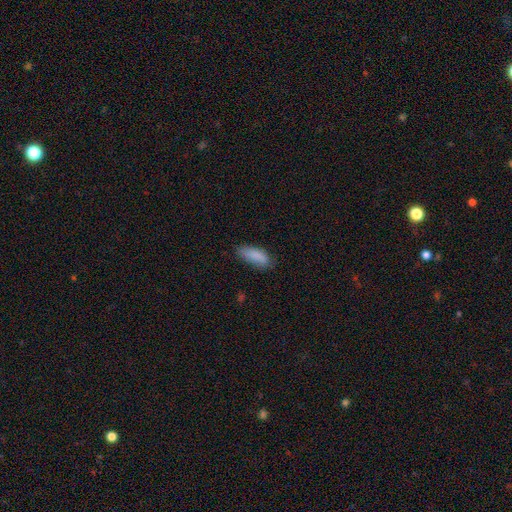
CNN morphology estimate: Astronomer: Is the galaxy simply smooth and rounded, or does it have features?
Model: smooth — 86%.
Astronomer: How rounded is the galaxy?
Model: in between — 73%.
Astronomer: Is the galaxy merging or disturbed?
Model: none — 69%.